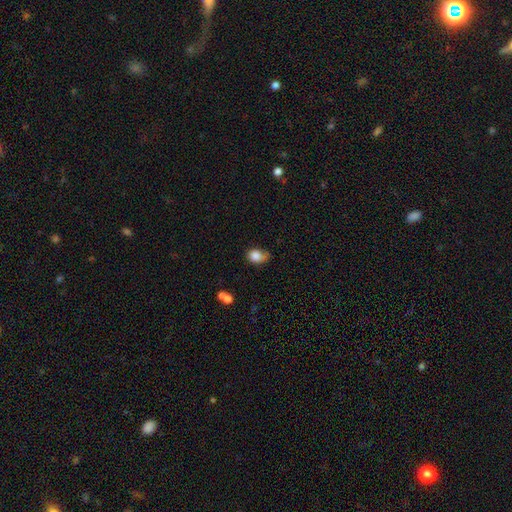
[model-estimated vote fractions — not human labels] Q: Smooth or featured?
A: smooth (82%); runner-up: featured or disk (9%)
Q: How rounded?
A: in between (56%); runner-up: round (43%)
Q: Merging?
A: none (44%); runner-up: minor disturbance (39%)